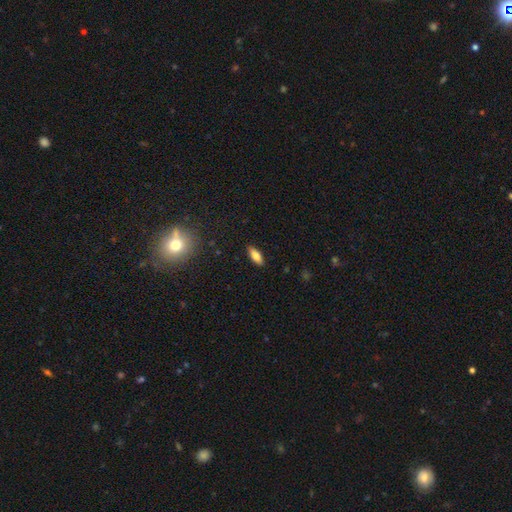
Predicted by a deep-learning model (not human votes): A smooth galaxy with no disk features (78%) that is in between round and cigar-shaped (76%). Merging: none (88%).